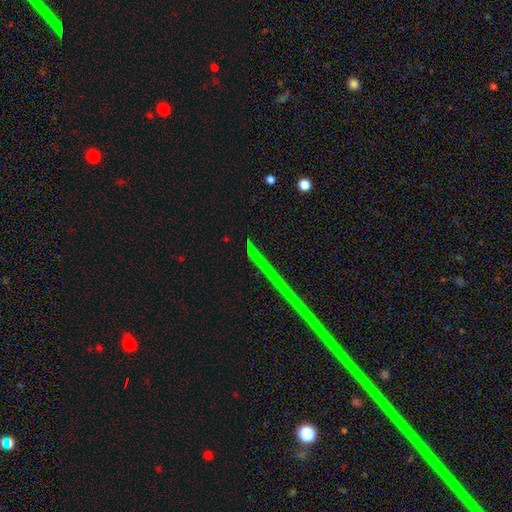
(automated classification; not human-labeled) smooth_or_featured: star or artifact (p=0.80) [alt: featured or disk p=0.12]